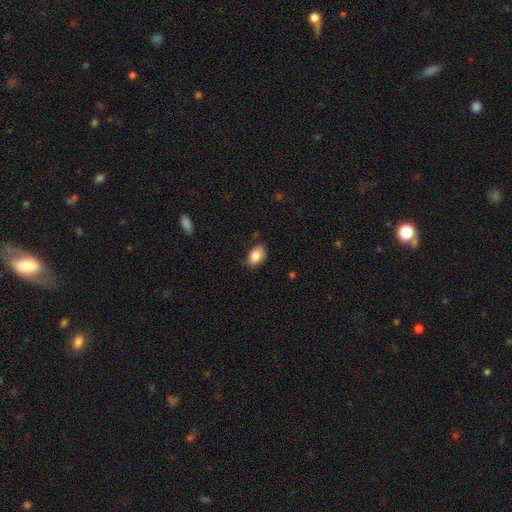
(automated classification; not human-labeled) Overall: smooth (84%). How rounded: in between (88%). Merging: none (80%).